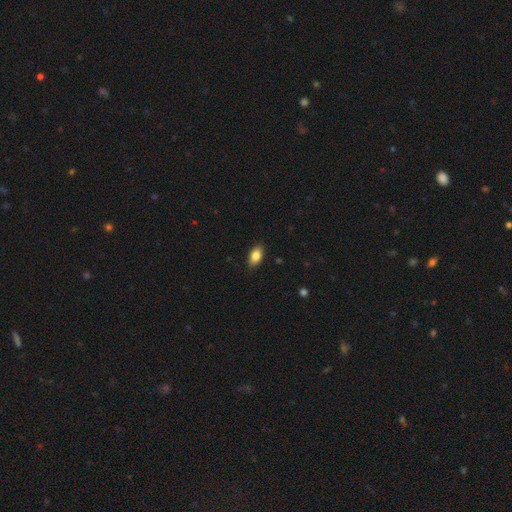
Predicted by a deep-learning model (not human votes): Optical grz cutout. It shows a smooth galaxy with no disk features (83%) that is in between round and cigar-shaped (90%). Merging: none (88%).